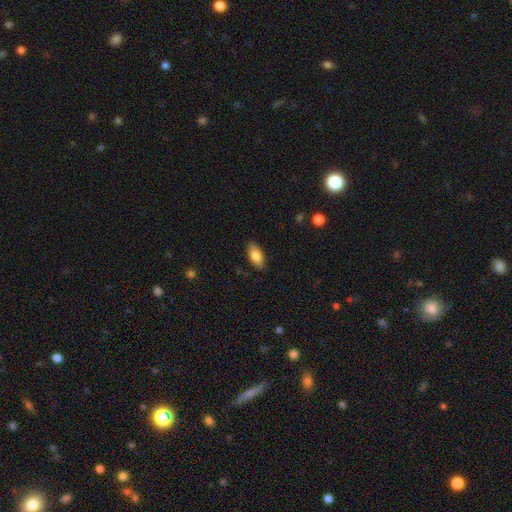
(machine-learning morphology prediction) A smooth galaxy with no disk features (82%) that is in between round and cigar-shaped (89%). Merging: none (87%).